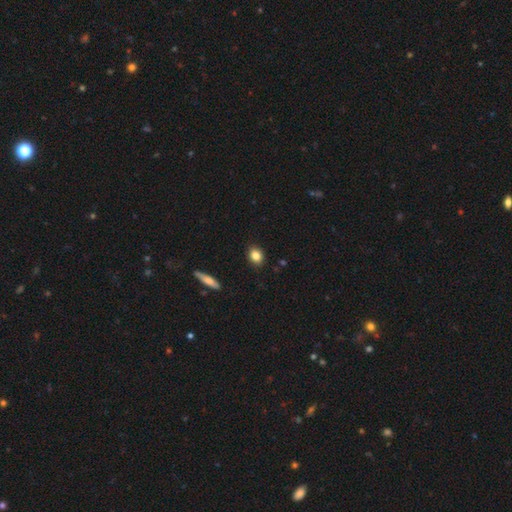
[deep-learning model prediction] Overall: smooth (84%). How rounded: in between (51%; round 47%). Merging: none (89%).